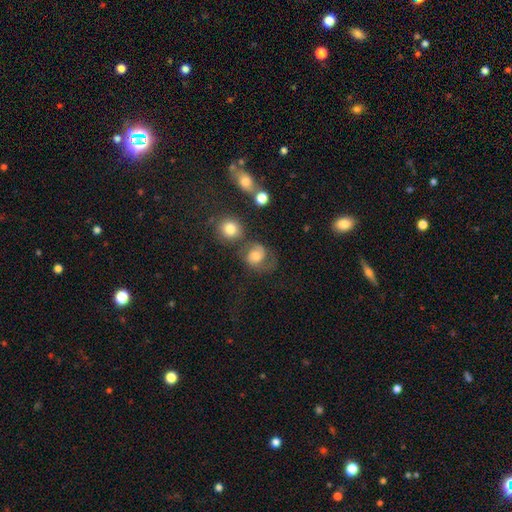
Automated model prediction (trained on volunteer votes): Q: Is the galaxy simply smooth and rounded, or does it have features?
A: featured or disk — 50%.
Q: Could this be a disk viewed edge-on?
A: no — 97%.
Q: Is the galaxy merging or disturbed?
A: none — 48%.